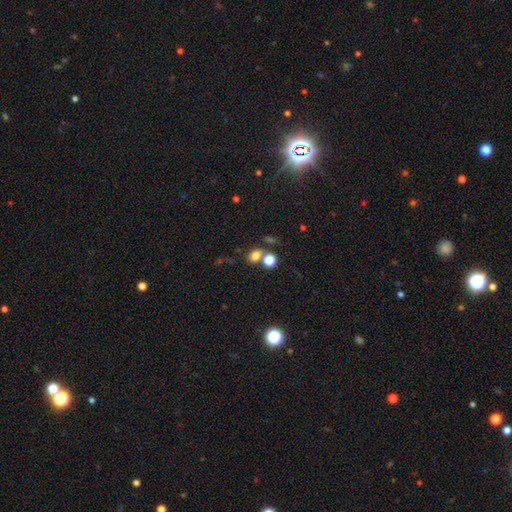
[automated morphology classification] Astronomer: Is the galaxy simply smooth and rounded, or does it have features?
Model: smooth — 75%.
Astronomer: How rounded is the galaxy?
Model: in between — 52% (runner-up: round, 47%).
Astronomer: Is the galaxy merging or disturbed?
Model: none — 55%.